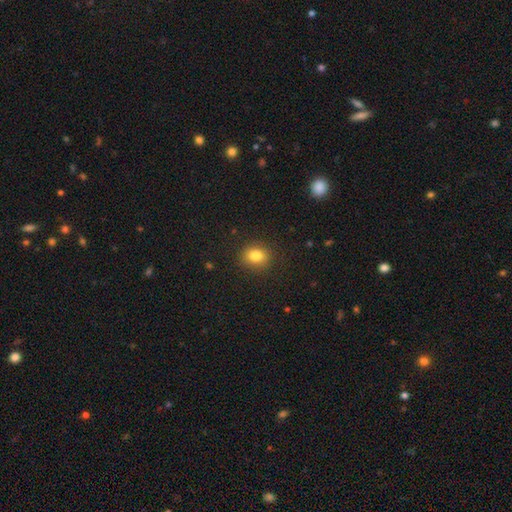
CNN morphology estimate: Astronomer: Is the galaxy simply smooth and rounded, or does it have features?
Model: smooth — 82%.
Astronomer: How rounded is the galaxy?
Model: round — 69%.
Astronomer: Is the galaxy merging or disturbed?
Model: none — 88%.